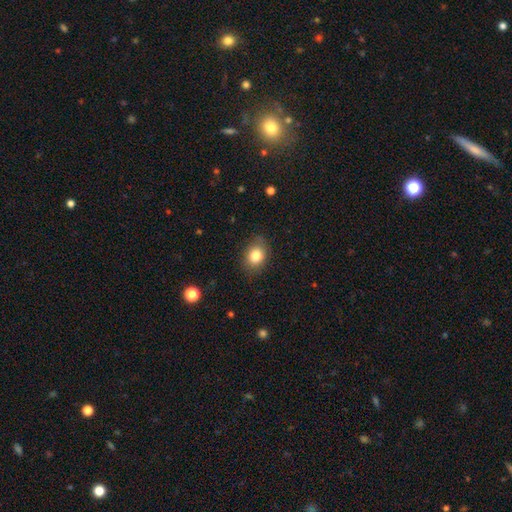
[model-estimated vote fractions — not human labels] Smooth or featured? smooth (82%)
How rounded? in between (62%)
Merging? none (81%)